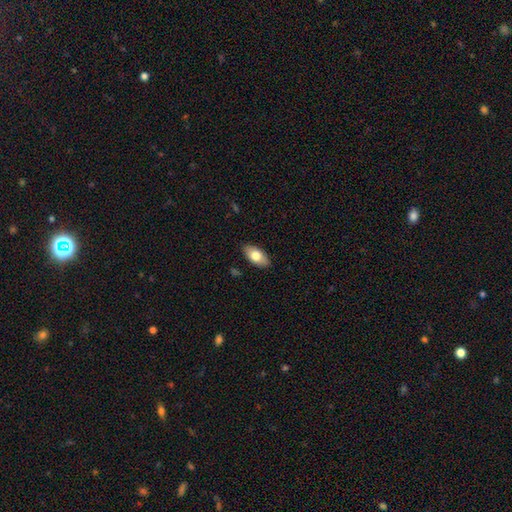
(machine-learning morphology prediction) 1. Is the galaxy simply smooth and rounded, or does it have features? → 75% smooth, 19% featured or disk, 6% star or artifact.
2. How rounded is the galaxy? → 93% in between, 4% cigar-shaped, 3% round.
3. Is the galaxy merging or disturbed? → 88% none, 9% minor disturbance, 2% major disturbance, 1% merger.